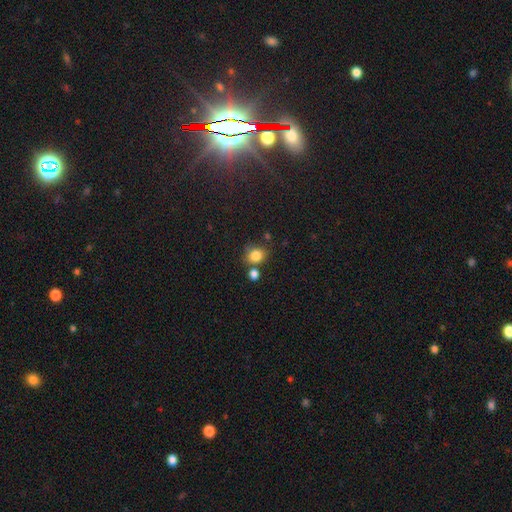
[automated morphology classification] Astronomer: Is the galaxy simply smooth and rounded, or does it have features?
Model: smooth — 83%.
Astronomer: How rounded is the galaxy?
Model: round — 69%.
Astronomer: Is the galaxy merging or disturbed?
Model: none — 64%.